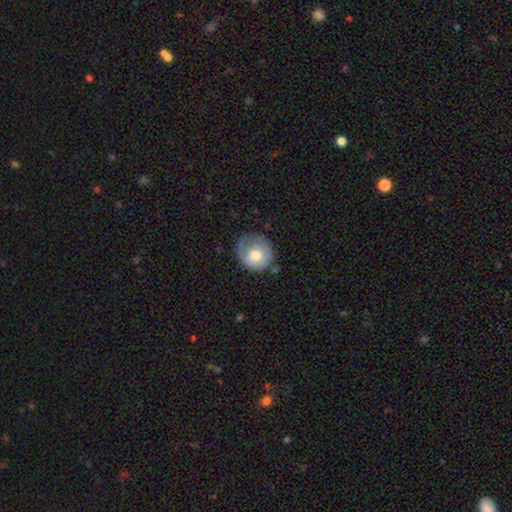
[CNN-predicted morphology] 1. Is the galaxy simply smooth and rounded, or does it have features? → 67% smooth, 27% featured or disk, 7% star or artifact.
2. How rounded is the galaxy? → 84% round, 15% in between, 1% cigar-shaped.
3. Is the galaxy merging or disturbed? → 52% none, 30% minor disturbance, 15% major disturbance, 3% merger.